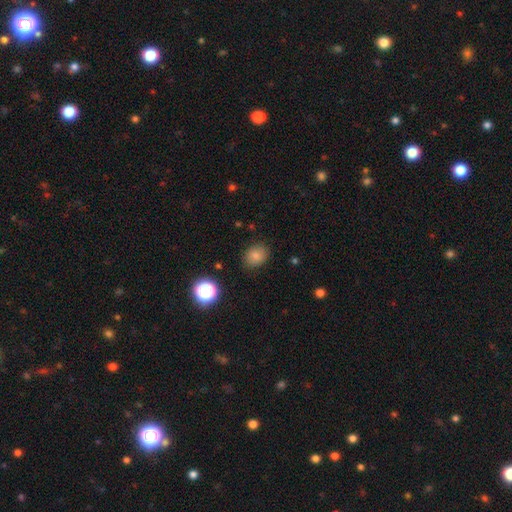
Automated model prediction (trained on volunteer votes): smooth 78%, star or artifact 14%, featured or disk 8%. Down the decision tree: how rounded — round (58%); merging — none (85%).